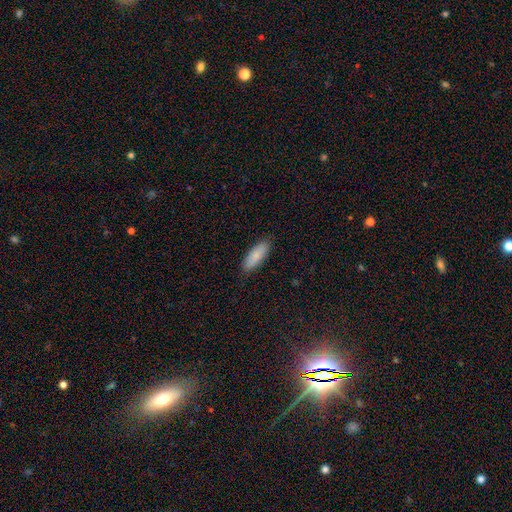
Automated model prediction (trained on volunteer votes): Morphology: type=smooth (86%); roundness=in between (61%); merging=none (88%).